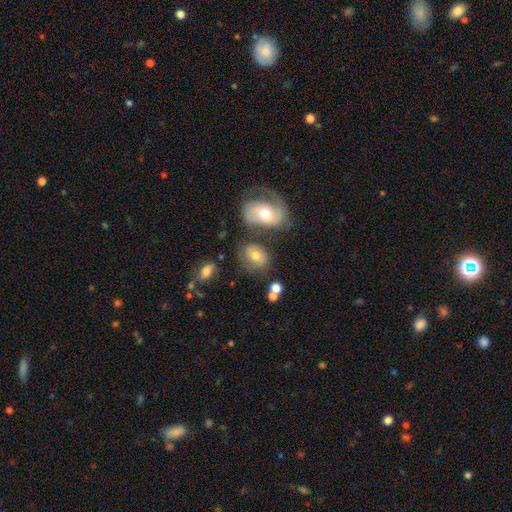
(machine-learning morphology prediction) Smooth or featured? Predicted: smooth (p=0.55). How rounded? Predicted: in between (p=0.58). Merging? Predicted: none (p=0.59).